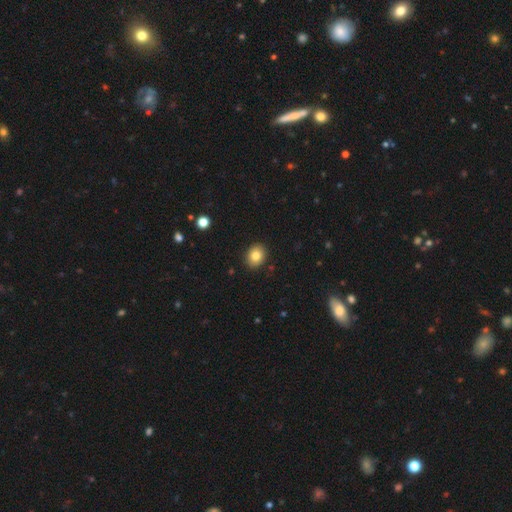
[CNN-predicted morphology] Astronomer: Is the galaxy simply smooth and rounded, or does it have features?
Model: smooth — 83%.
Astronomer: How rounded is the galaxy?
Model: round — 51% (runner-up: in between, 48%).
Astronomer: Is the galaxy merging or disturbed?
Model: none — 90%.